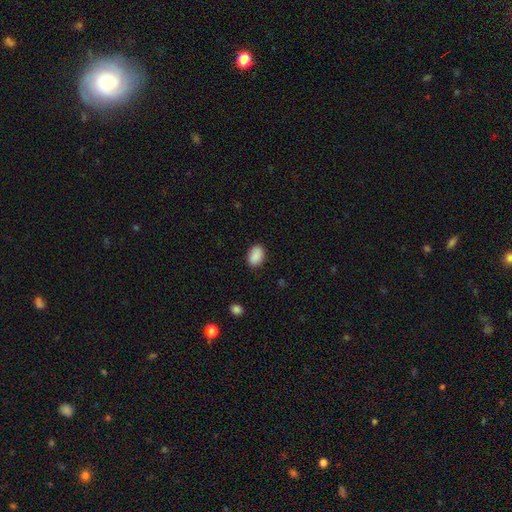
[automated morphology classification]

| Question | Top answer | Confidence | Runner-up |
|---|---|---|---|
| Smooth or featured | smooth | 90% | star or artifact (7%) |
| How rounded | in between | 85% | round (14%) |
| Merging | none | 85% | minor disturbance (11%) |